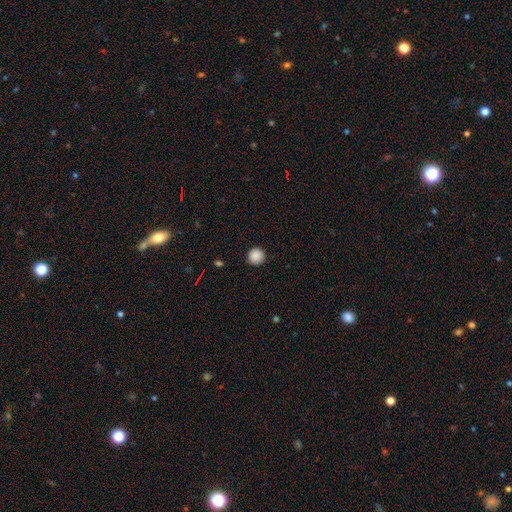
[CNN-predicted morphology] Smooth or featured?
  - smooth: 88% *
  - star or artifact: 10%
  - featured or disk: 3%
How rounded?
  - round: 96% *
  - in between: 3%
  - cigar-shaped: 1%
Merging?
  - none: 92% *
  - minor disturbance: 5%
  - major disturbance: 2%
  - merger: 1%